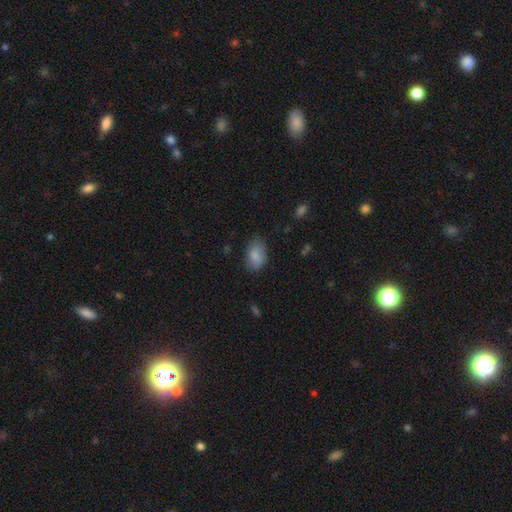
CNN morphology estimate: A smooth galaxy with no disk features (85%) that is in between round and cigar-shaped (90%). Merging: none (73%).